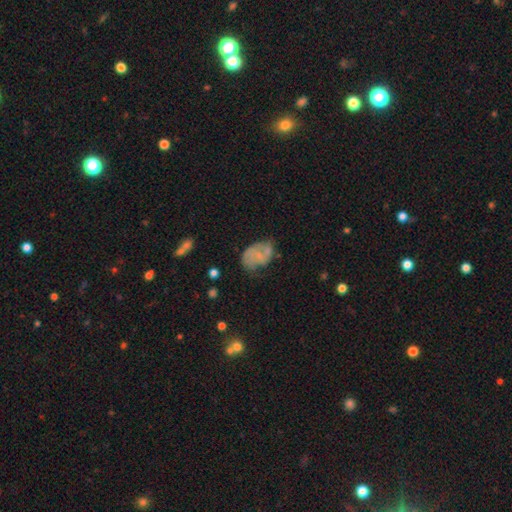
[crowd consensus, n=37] Volunteers were most divided on "spiral winding": tight: 54%, medium: 38%, loose: 8%. More confident: edge-on disk — no (100%); bulge size — small (71%); merging — none (68%); spiral arms — yes (62%); bar — no (62%); smooth or featured — featured or disk (57%); spiral arm count — 2 (54%).